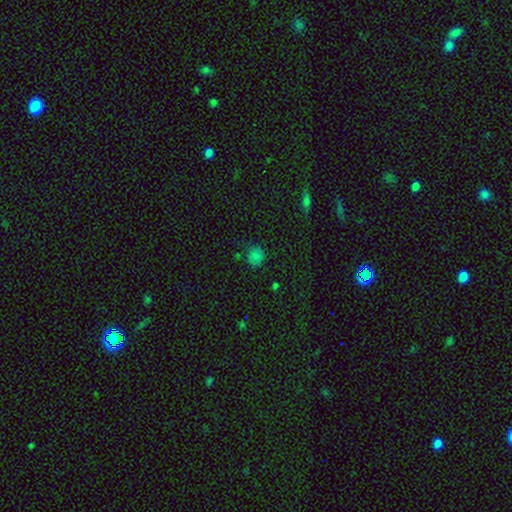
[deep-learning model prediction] The model was most divided on "smooth or featured": smooth: 71%, star or artifact: 23%, featured or disk: 5%. More confident: how rounded — round (82%); merging — none (74%).